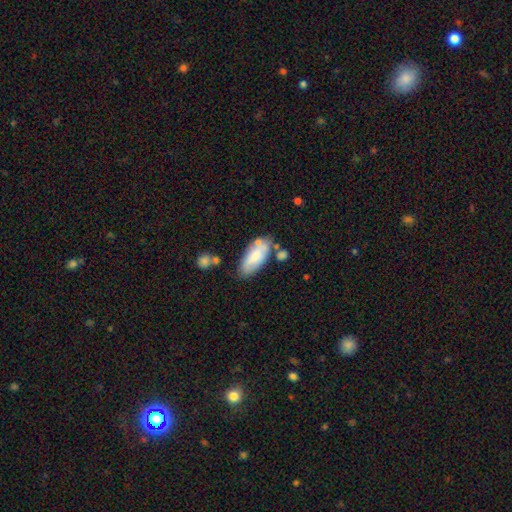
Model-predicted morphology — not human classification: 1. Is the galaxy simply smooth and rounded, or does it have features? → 72% smooth, 22% featured or disk, 6% star or artifact.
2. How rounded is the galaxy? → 86% in between, 12% cigar-shaped, 2% round.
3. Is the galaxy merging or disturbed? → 62% none, 21% minor disturbance, 11% merger, 6% major disturbance.